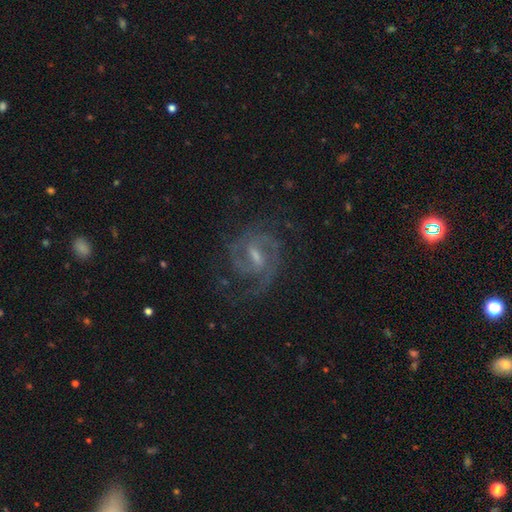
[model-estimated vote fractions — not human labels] Smooth or featured? Predicted: featured or disk (p=0.87). Edge-on disk? Predicted: no (p=0.97). Bar? Predicted: weak (p=0.56). Spiral arms? Predicted: yes (p=0.97). Spiral winding? Predicted: medium (p=0.51). Spiral arm count? Predicted: 2 (p=0.64). Bulge size? Predicted: small (p=0.48). Merging? Predicted: none (p=0.71).